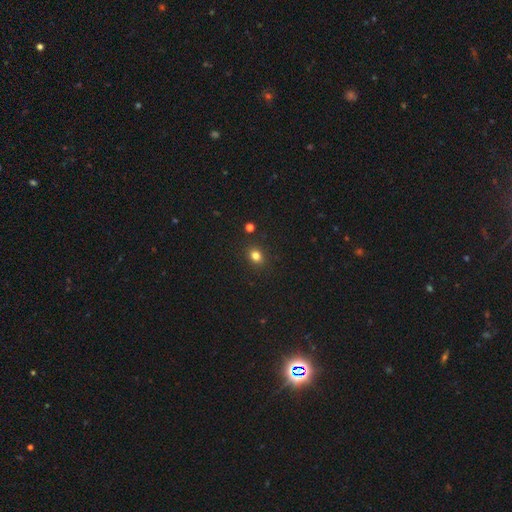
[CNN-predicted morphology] This appears to be a smooth galaxy with no disk features (80%) that is round (56%). Merging: none (87%).